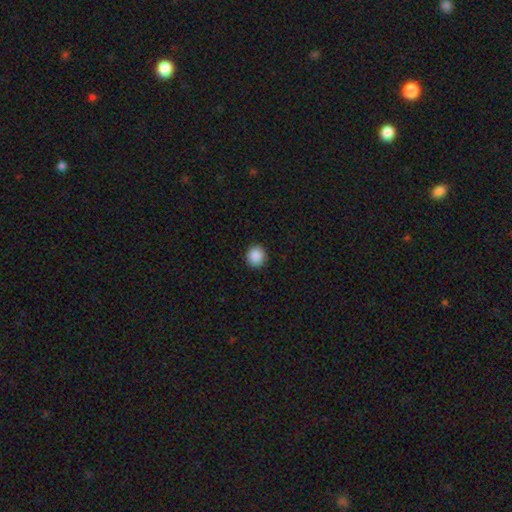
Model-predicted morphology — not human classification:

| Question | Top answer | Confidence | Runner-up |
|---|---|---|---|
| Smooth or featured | smooth | 89% | star or artifact (8%) |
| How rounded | round | 90% | in between (9%) |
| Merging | none | 92% | minor disturbance (6%) |